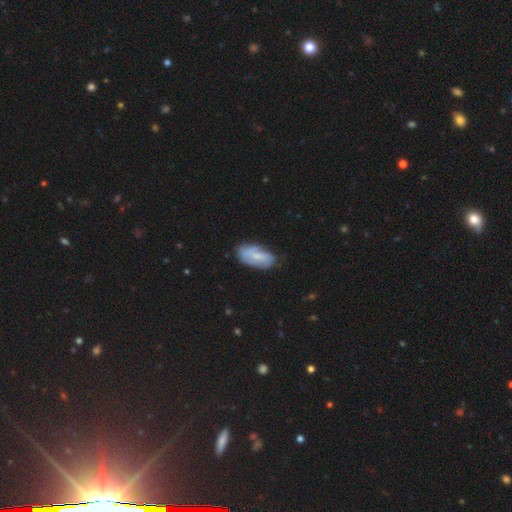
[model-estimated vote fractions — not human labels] Smooth or featured?
  - smooth: 47% * (tied)
  - featured or disk: 47% * (tied)
  - star or artifact: 7%
Merging?
  - none: 67% *
  - minor disturbance: 24%
  - major disturbance: 7%
  - merger: 2%